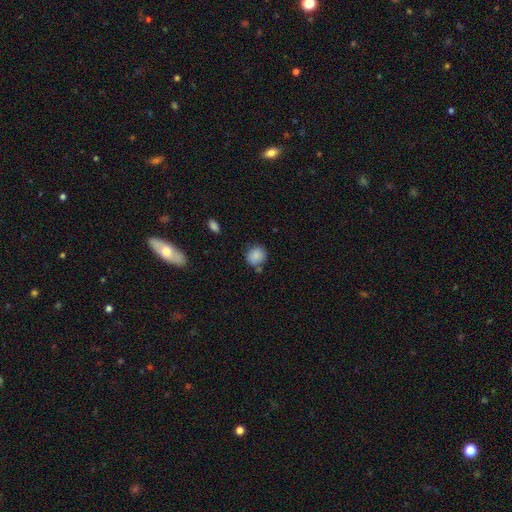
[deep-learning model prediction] smooth-or-featured: smooth: 86% | star or artifact: 9% | featured or disk: 5%
  how-rounded: round: 82% | in between: 17% | cigar-shaped: 1%
  merging: none: 70% | minor disturbance: 16% | merger: 10% | major disturbance: 4%